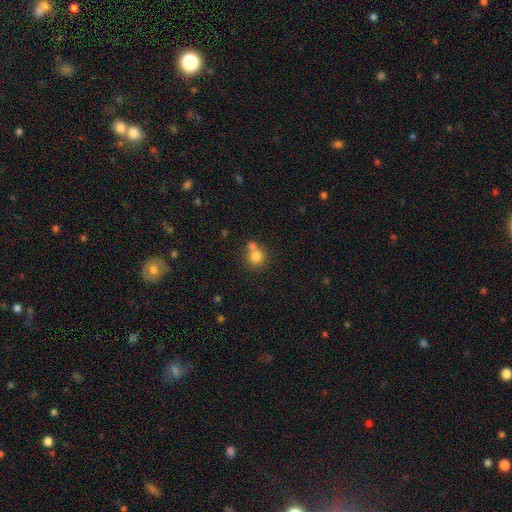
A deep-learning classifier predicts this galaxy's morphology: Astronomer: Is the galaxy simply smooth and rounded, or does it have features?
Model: smooth — 78%.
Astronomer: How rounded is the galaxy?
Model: round — 85%.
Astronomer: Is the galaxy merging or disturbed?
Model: none — 45% (runner-up: merger, 42%).